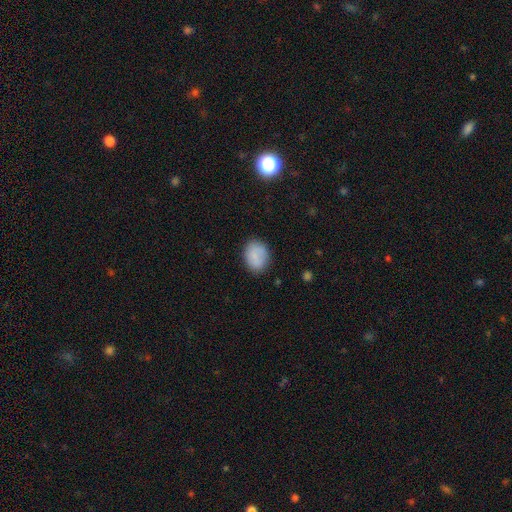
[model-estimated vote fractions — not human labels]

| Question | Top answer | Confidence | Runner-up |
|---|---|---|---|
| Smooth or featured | smooth | 83% | featured or disk (10%) |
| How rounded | in between | 54% | round (45%) |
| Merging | none | 80% | minor disturbance (14%) |